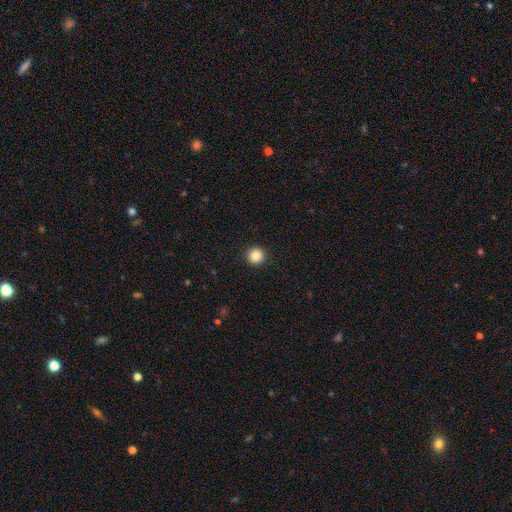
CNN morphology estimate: The model was most divided on "smooth or featured": smooth: 86%, star or artifact: 10%, featured or disk: 4%. More confident: how rounded — round (95%); merging — none (93%).